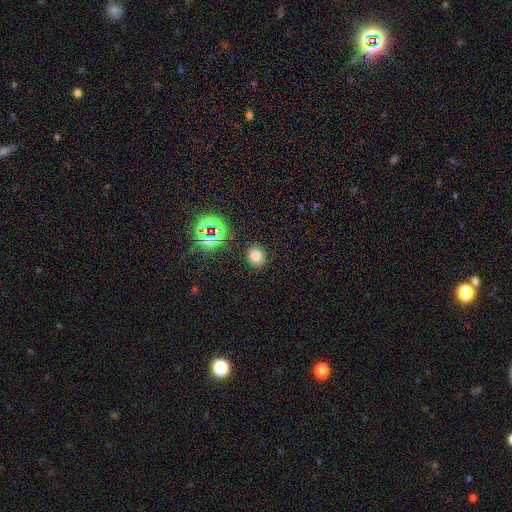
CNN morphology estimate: Overall: smooth (72%). How rounded: round (70%). Merging: none (86%).